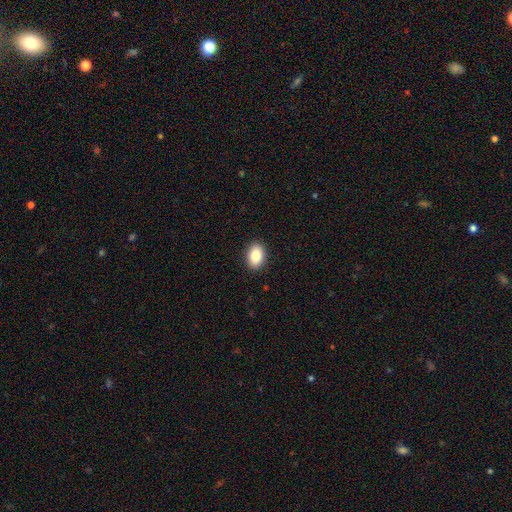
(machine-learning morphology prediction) Overall: smooth (85%). How rounded: in between (82%). Merging: none (91%).